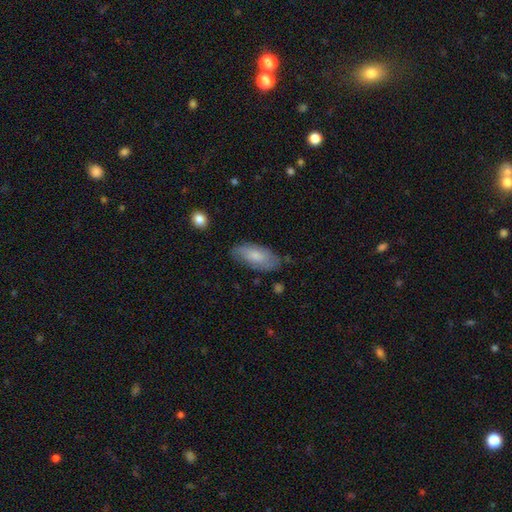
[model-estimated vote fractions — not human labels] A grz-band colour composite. It shows a smooth galaxy with no disk features (69%) that is in between round and cigar-shaped (87%). Merging: none (72%).